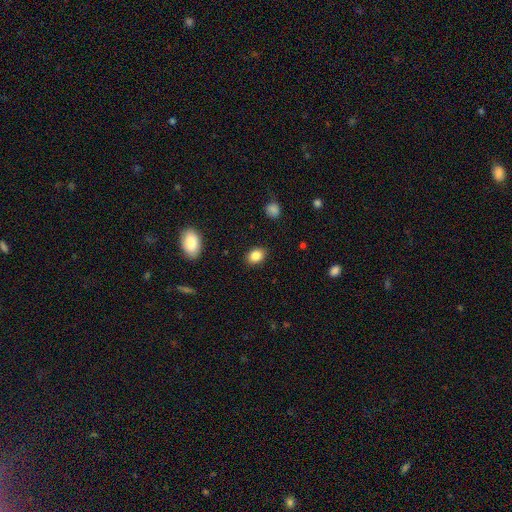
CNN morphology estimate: This appears to be a smooth galaxy with no disk features (86%) that is in between round and cigar-shaped (71%). Merging: none (88%).